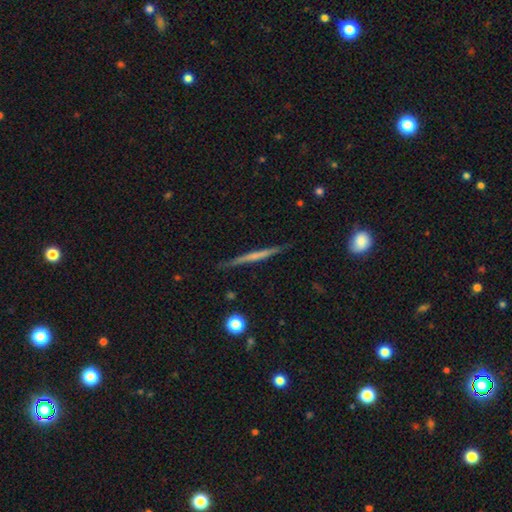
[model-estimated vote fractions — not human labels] A featured or disk galaxy (55%) viewed edge-on (97%) with no central bulge (74%). Merging: none (87%).